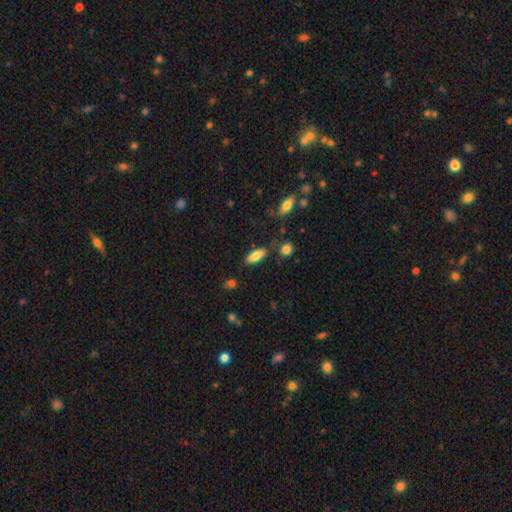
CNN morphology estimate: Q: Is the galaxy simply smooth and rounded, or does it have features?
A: smooth — 80%.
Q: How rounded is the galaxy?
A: in between — 74%.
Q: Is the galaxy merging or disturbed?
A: none — 79%.